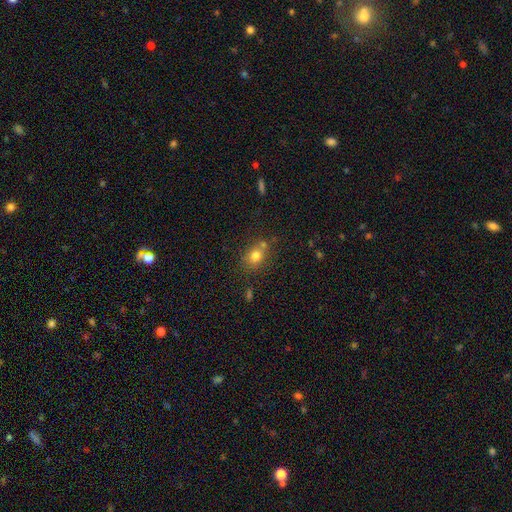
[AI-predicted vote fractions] Morphology: type=smooth (77%); roundness=round (54%); merging=none (63%).